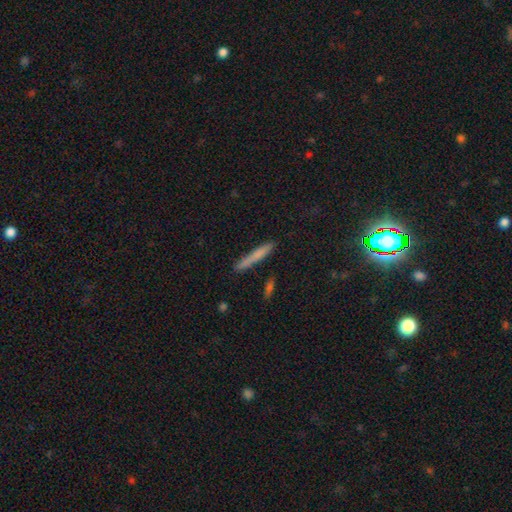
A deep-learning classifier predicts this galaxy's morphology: Smooth or featured?
  - smooth: 68% *
  - featured or disk: 24%
  - star or artifact: 8%
How rounded?
  - cigar-shaped: 95% *
  - in between: 3%
  - round: 2%
Merging?
  - none: 84% *
  - minor disturbance: 11%
  - merger: 3%
  - major disturbance: 2%